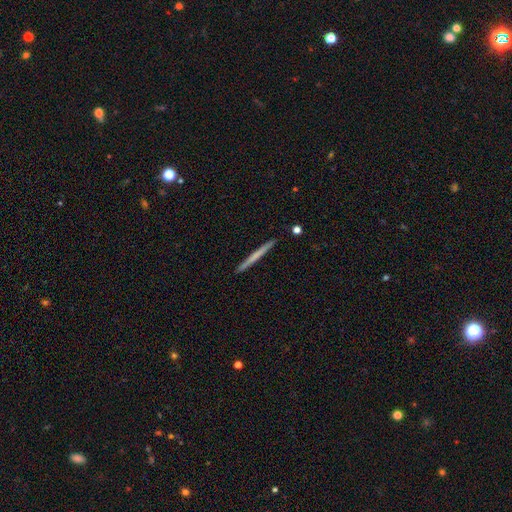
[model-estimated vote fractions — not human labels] Smooth or featured?
  - smooth: 52% *
  - featured or disk: 43%
  - star or artifact: 5%
How rounded?
  - cigar-shaped: 97% *
  - in between: 2%
  - round: 1%
Merging?
  - none: 93% *
  - minor disturbance: 5%
  - merger: 1%
  - major disturbance: 1%